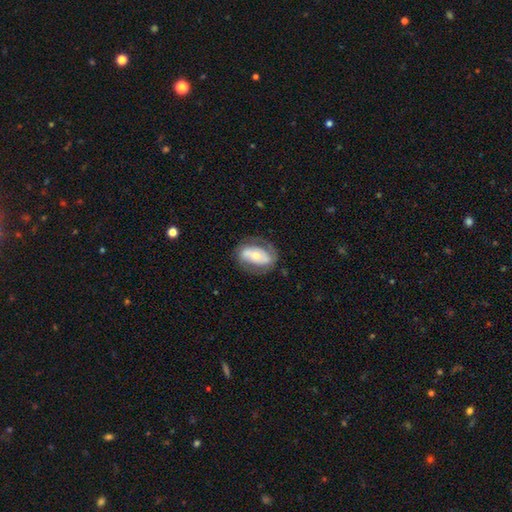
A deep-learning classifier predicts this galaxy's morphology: Smooth or featured: featured or disk — 58% (smooth — 36%)
Edge-on disk: no — 92% (yes — 8%)
Bar: no — 50% (strong — 29%)
Spiral arms: yes — 52% (no — 48%)
Bulge size: moderate — 55% (small — 36%)
Merging: none — 70% (minor disturbance — 19%)